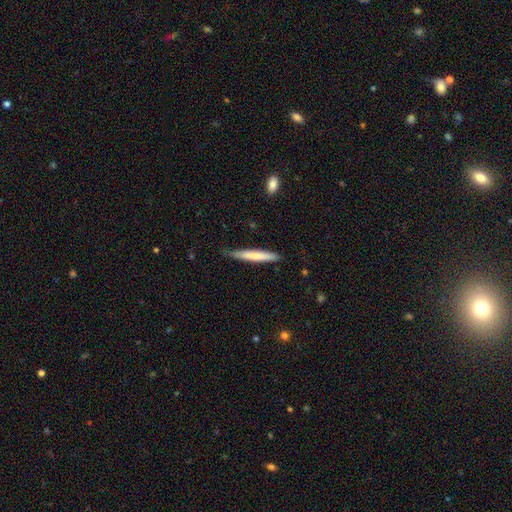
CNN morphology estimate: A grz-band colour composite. It shows a smooth galaxy with no disk features (69%) that is cigar-shaped (95%). Merging: none (75%).